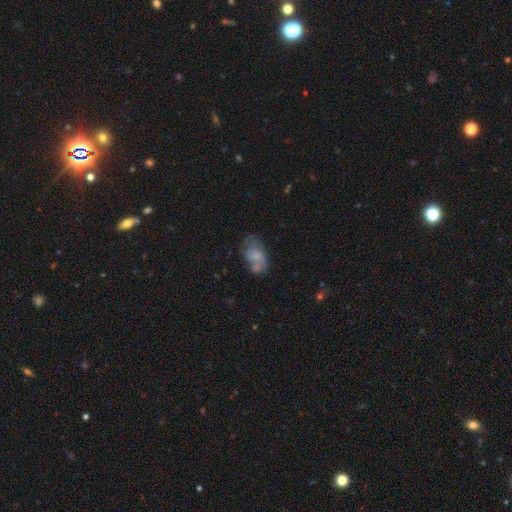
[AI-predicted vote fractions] The model was most divided on "merging": none: 32%, merger: 29%, minor disturbance: 24%, major disturbance: 15%. More confident: how rounded — in between (88%); smooth or featured — smooth (62%).